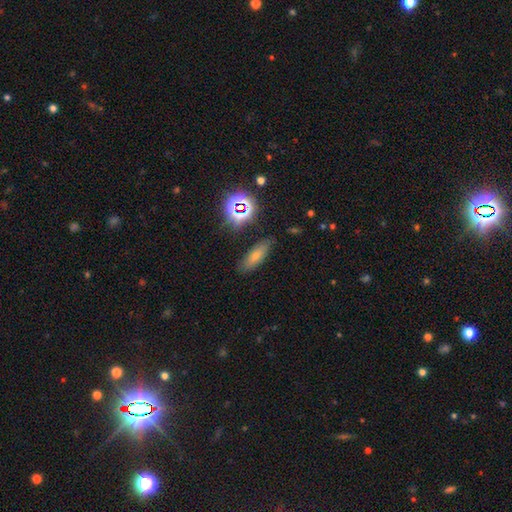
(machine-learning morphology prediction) Smooth or featured? Predicted: smooth (p=0.68). How rounded? Predicted: in between (p=0.59). Merging? Predicted: none (p=0.81).